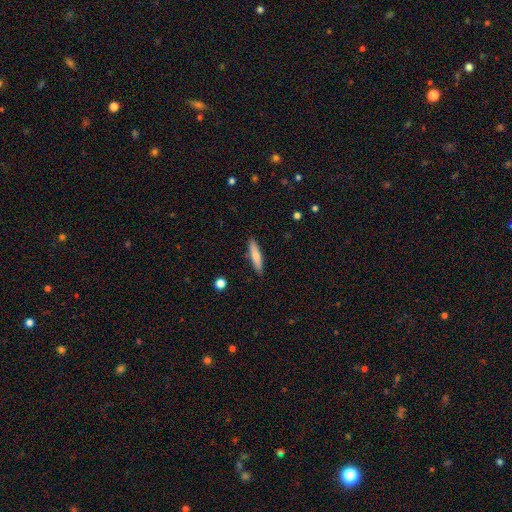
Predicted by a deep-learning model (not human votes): smooth-or-featured: smooth: 70% | featured or disk: 24% | star or artifact: 6%
  how-rounded: cigar-shaped: 81% | in between: 17% | round: 2%
  merging: none: 88% | minor disturbance: 9% | major disturbance: 2% | merger: 1%